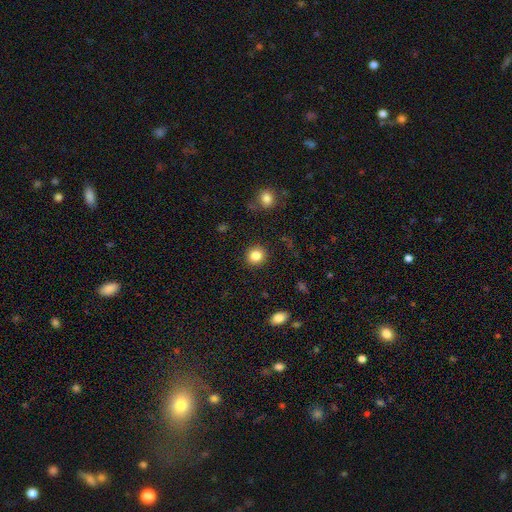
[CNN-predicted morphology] smooth-or-featured: smooth: 84% | star or artifact: 10% | featured or disk: 6%
  how-rounded: round: 89% | in between: 10% | cigar-shaped: 1%
  merging: none: 91% | minor disturbance: 6% | major disturbance: 2% | merger: 1%